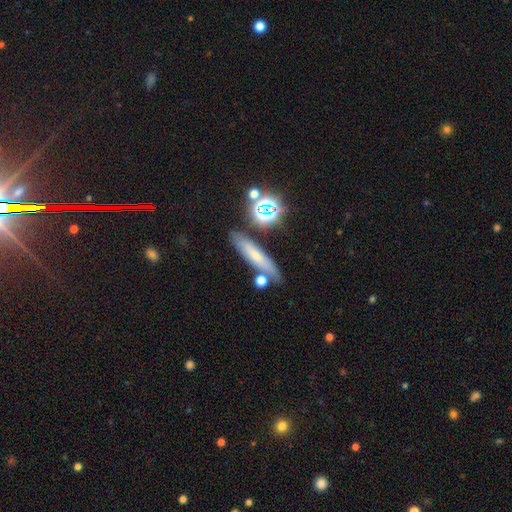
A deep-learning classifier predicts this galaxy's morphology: Smooth or featured? Predicted: smooth (p=0.56). How rounded? Predicted: cigar-shaped (p=0.75). Merging? Predicted: none (p=0.77).